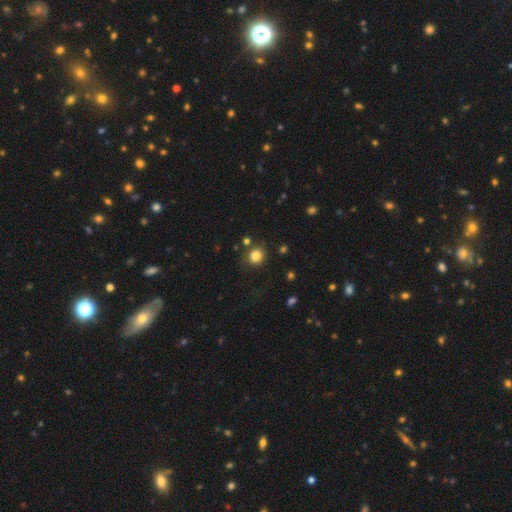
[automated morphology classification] This appears to be a smooth galaxy with no disk features (83%) that is round (85%). Merging: none (80%).